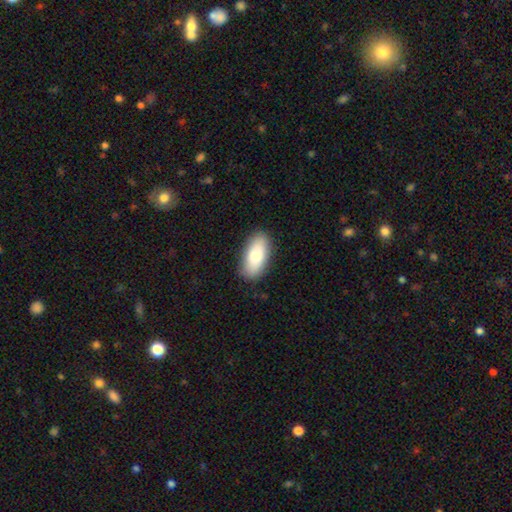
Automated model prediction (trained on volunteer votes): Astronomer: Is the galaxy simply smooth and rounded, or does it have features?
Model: smooth — 80%.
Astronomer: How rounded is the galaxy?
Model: in between — 88%.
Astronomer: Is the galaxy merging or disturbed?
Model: none — 86%.